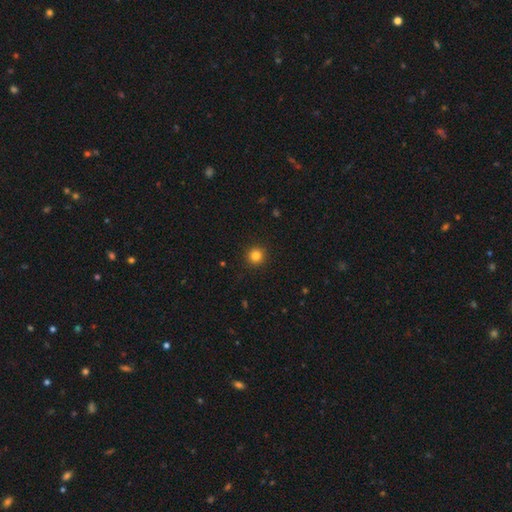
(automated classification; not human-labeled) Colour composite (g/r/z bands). It shows a smooth galaxy with no disk features (82%) that is round (95%). Merging: none (93%).